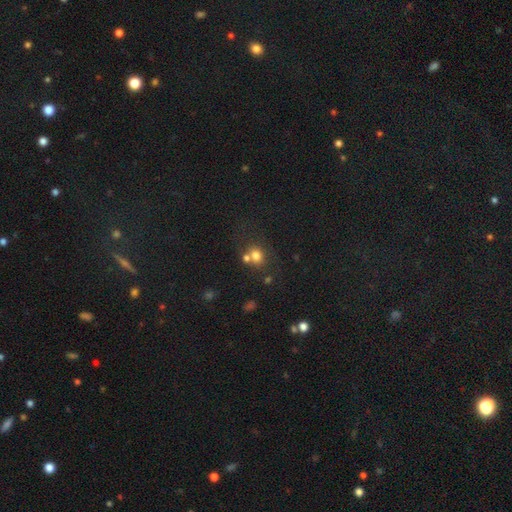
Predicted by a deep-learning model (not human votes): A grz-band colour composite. It shows a smooth galaxy with no disk features (74%) that is round (67%). Merging: none (49%).